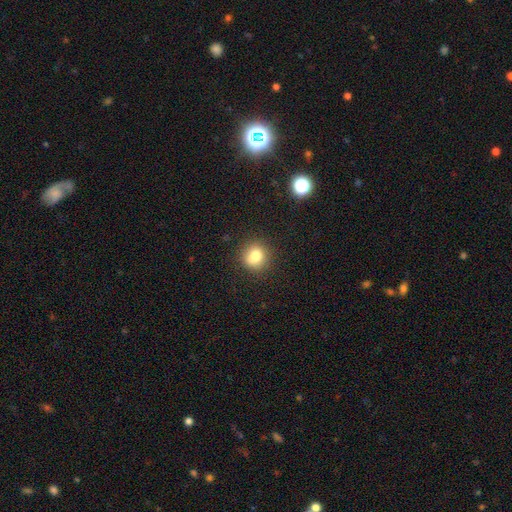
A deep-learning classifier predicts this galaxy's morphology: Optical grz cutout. It shows a smooth galaxy with no disk features (80%) that is round (86%). Merging: none (88%).